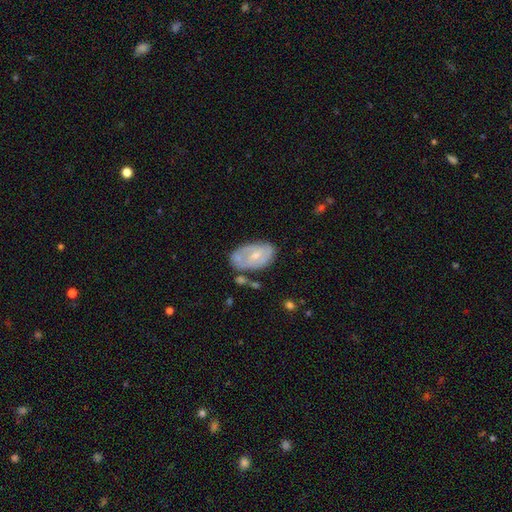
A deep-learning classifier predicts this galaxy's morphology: type=featured or disk (63%); edge-on=no (95%); bar=weak (44%); spiral arms=yes (65%); bulge=small (60%); merging=none (51%).